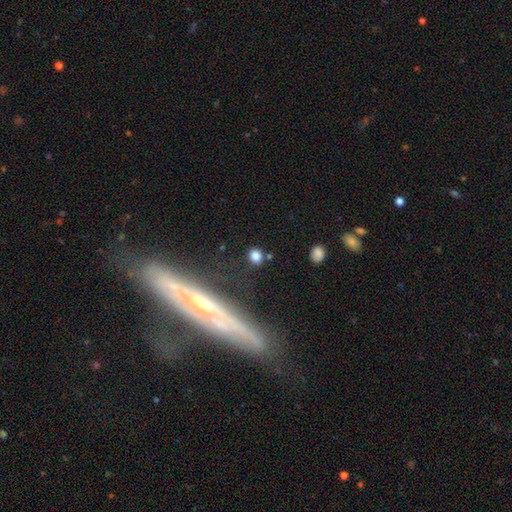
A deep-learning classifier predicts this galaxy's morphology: Smooth or featured: smooth — 80% (star or artifact — 12%)
How rounded: round — 71% (in between — 27%)
Merging: none — 80% (minor disturbance — 11%)